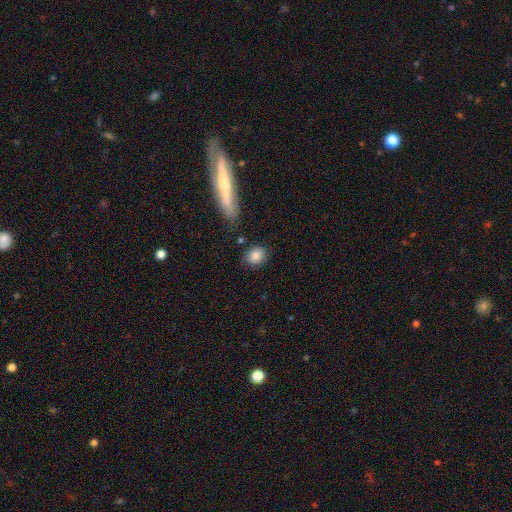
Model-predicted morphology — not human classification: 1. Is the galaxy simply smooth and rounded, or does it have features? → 85% smooth, 8% star or artifact, 7% featured or disk.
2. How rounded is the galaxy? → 50% in between, 48% round, 2% cigar-shaped.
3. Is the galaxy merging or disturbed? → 79% none, 12% minor disturbance, 5% merger, 4% major disturbance.